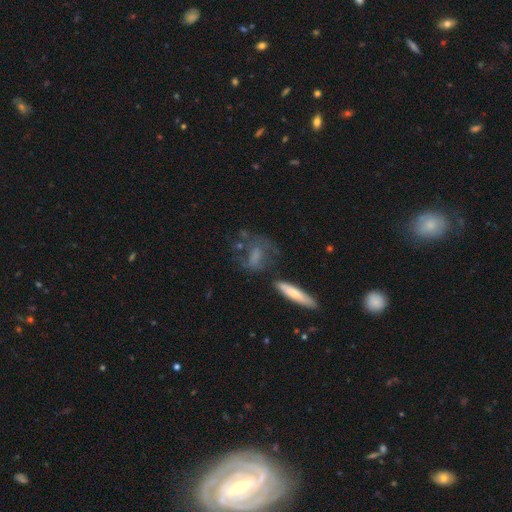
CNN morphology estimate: Smooth or featured: featured or disk — 46% (smooth — 40%)
Merging: none — 49% (major disturbance — 22%)